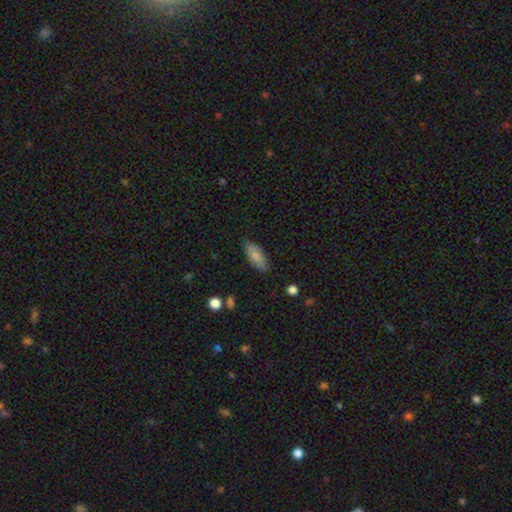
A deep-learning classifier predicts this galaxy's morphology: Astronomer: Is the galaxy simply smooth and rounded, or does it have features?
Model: smooth — 80%.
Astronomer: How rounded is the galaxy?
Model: in between — 76%.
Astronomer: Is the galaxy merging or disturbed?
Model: none — 79%.